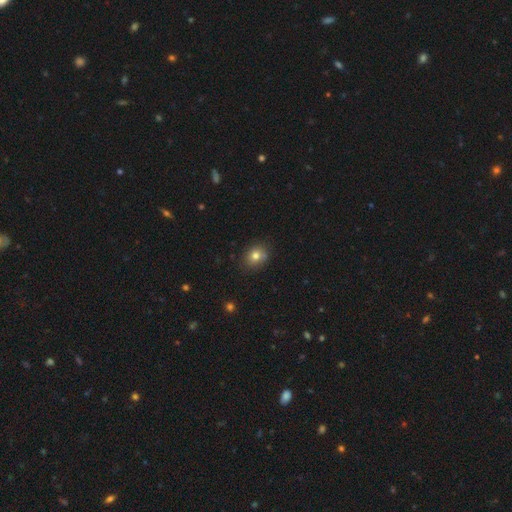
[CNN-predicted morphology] The model was most divided on "how rounded": round: 63%, in between: 36%, cigar-shaped: 1%. More confident: merging — none (78%); smooth or featured — smooth (77%).